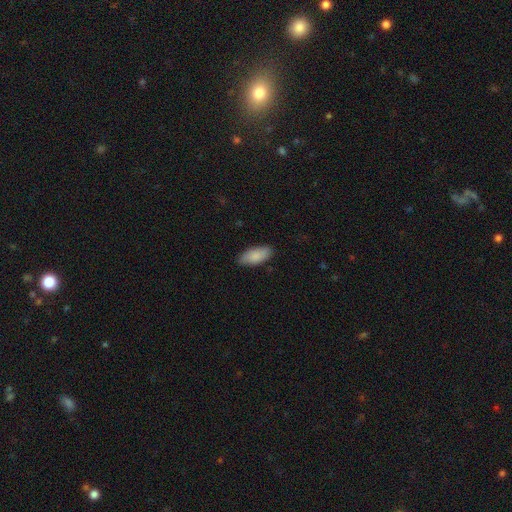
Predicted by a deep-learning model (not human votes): Smooth or featured? smooth (86%)
How rounded? in between (87%)
Merging? none (84%)